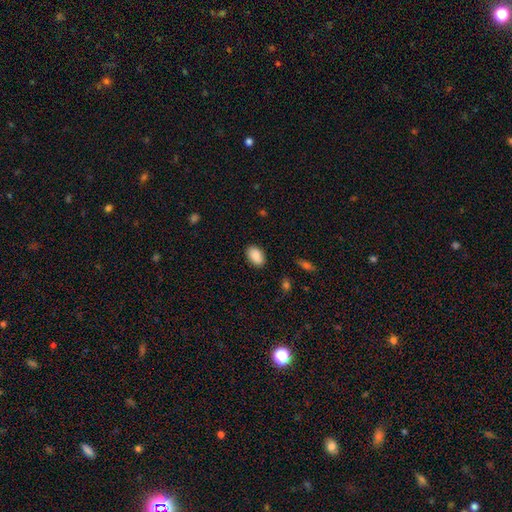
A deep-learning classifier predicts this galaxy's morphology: The model was most divided on "merging": none: 87%, minor disturbance: 10%, major disturbance: 2%, merger: 1%. More confident: how rounded — in between (90%); smooth or featured — smooth (90%).